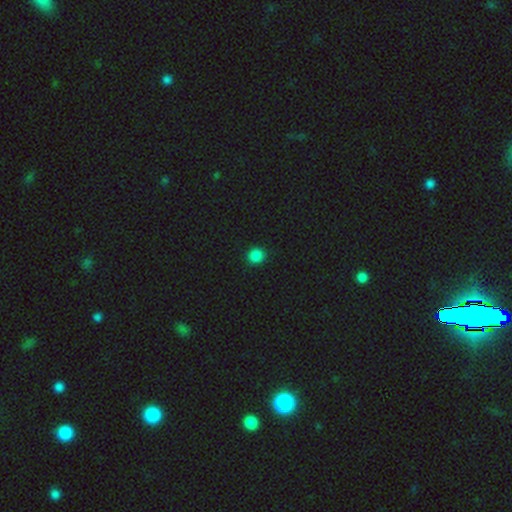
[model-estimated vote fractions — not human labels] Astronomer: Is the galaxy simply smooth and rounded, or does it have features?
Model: smooth — 85%.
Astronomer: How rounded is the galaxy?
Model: round — 89%.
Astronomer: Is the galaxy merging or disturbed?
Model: none — 92%.